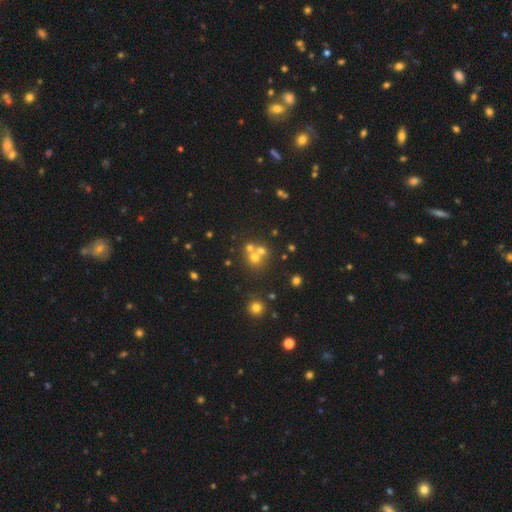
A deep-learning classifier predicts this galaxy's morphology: Smooth or featured? Predicted: smooth (p=0.57). How rounded? Predicted: round (p=0.84). Merging? Predicted: none (p=0.46).